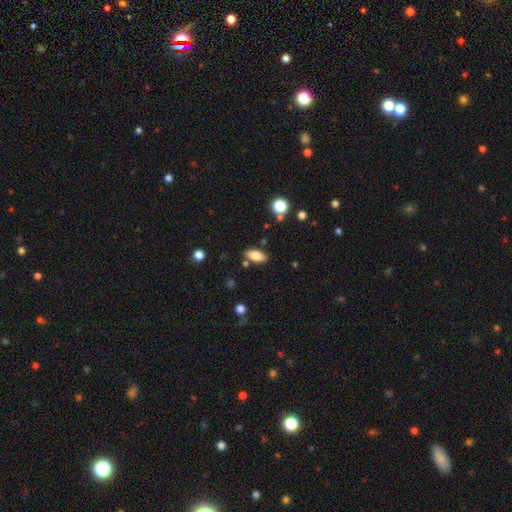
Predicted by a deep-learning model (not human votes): Overall: smooth (79%). How rounded: in between (83%). Merging: none (82%).